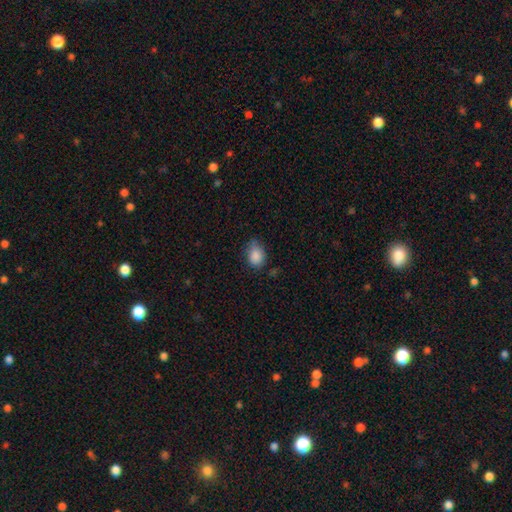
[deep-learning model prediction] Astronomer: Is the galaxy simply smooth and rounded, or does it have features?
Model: smooth — 86%.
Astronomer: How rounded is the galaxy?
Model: in between — 68%.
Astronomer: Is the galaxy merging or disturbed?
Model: none — 58% (runner-up: minor disturbance, 33%).